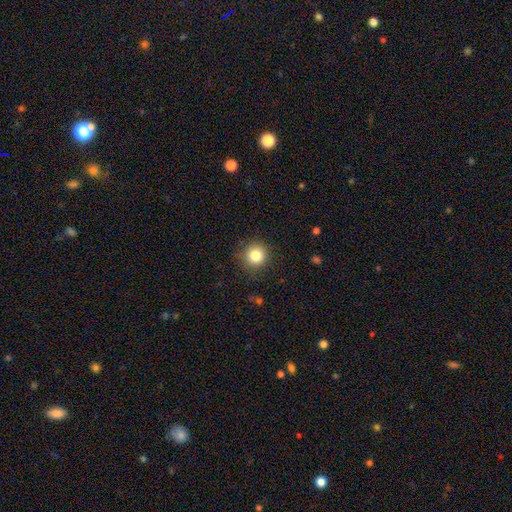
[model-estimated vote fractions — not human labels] smooth 82%, star or artifact 11%, featured or disk 6%. Down the decision tree: how rounded — round (93%); merging — none (88%).